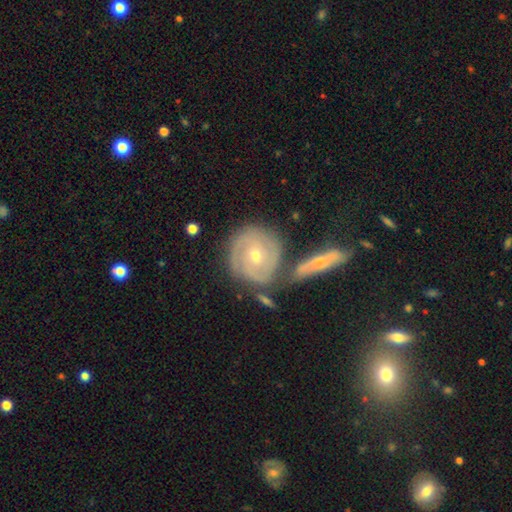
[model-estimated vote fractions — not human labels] A featured or disk galaxy (78%) with no bar (68%), 2 (36%) tight (74%) spiral arms (92%) and a small central bulge (57%). Merging: none (63%).